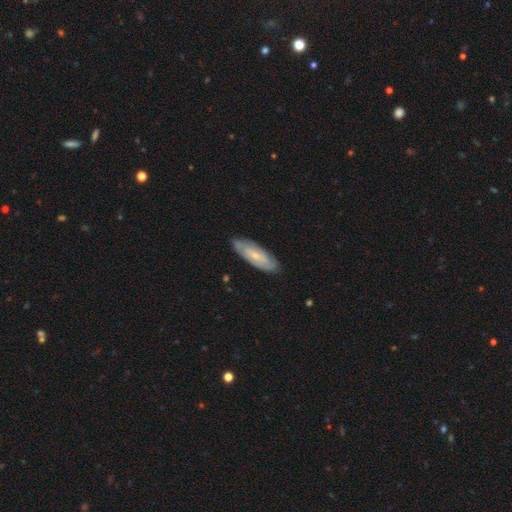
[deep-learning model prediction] A featured or disk galaxy (58%). Merging: none (82%).